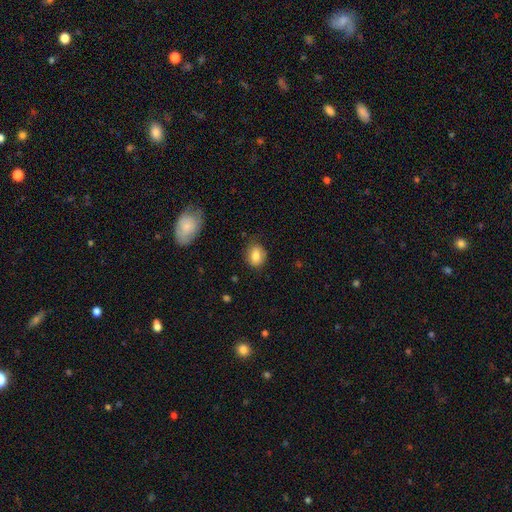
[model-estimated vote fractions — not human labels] Morphology: type=smooth (82%); roundness=in between (61%); merging=none (77%).